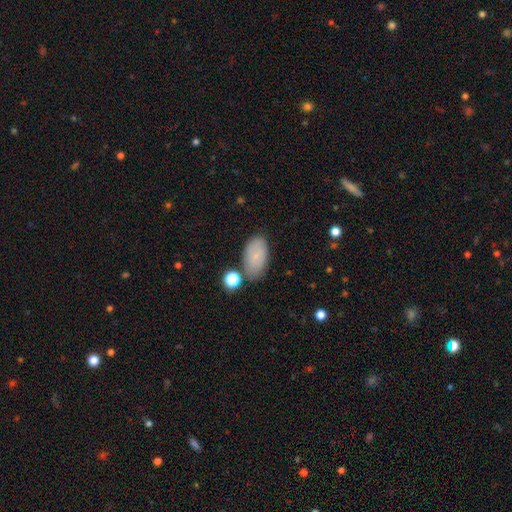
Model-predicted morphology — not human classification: type=smooth (78%); roundness=in between (94%); merging=none (73%).